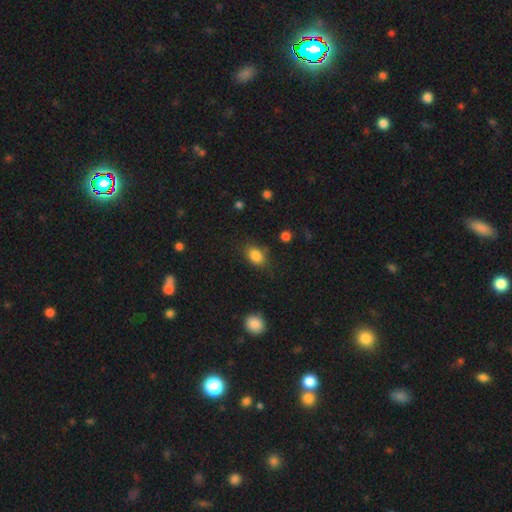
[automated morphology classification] A smooth galaxy with no disk features (84%) that is in between round and cigar-shaped (71%). Merging: none (75%).